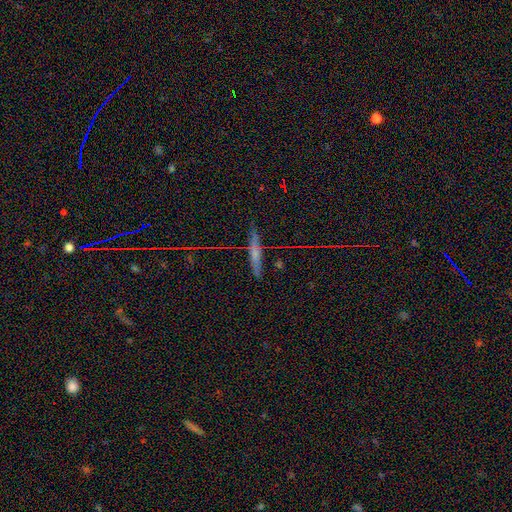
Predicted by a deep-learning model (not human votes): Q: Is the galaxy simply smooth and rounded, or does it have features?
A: featured or disk — 43%.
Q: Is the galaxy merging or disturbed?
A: none — 86%.